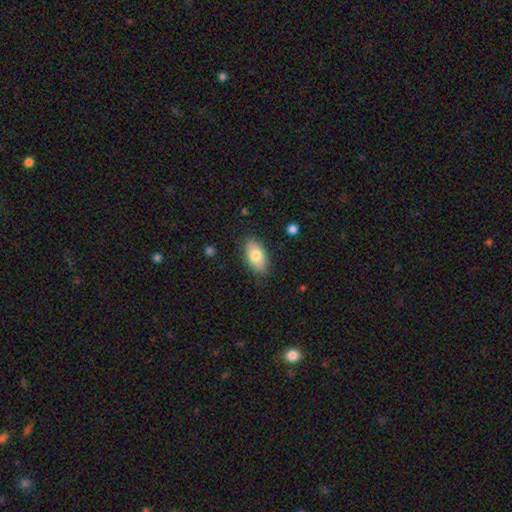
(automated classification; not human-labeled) This appears to be a smooth galaxy with no disk features (77%) that is in between round and cigar-shaped (92%). Merging: none (86%).